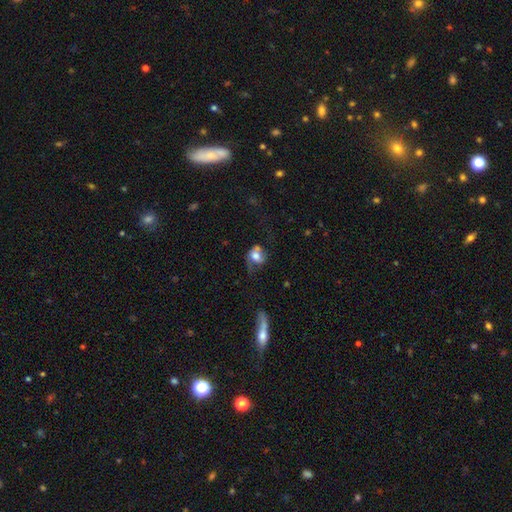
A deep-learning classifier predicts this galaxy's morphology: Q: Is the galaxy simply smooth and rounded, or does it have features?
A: smooth — 60%.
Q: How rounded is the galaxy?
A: round — 51%.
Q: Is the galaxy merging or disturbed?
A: none — 32%.